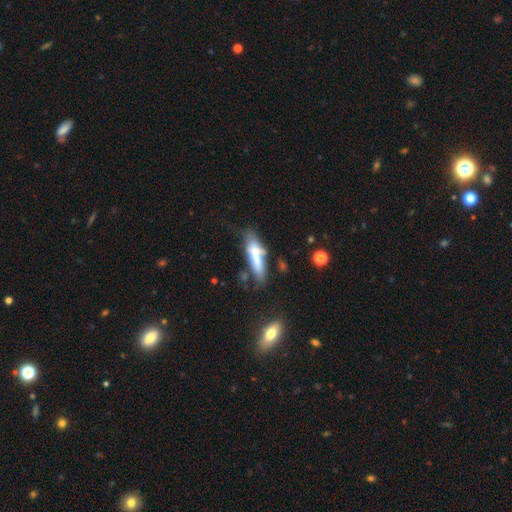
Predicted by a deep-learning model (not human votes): A smooth galaxy with no disk features (64%) that is cigar-shaped (61%).

Vote fractions:
- Smooth or featured? smooth: 64% / featured or disk: 28% / star or artifact: 8%
- How rounded? cigar-shaped: 61% / in between: 37% / round: 2%
- Merging? none: 41% / minor disturbance: 26% / merger: 18% / major disturbance: 15%